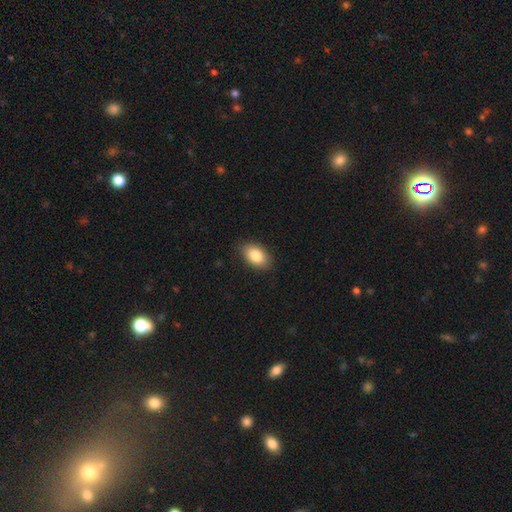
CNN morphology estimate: Smooth or featured? smooth (85%)
How rounded? in between (89%)
Merging? none (85%)